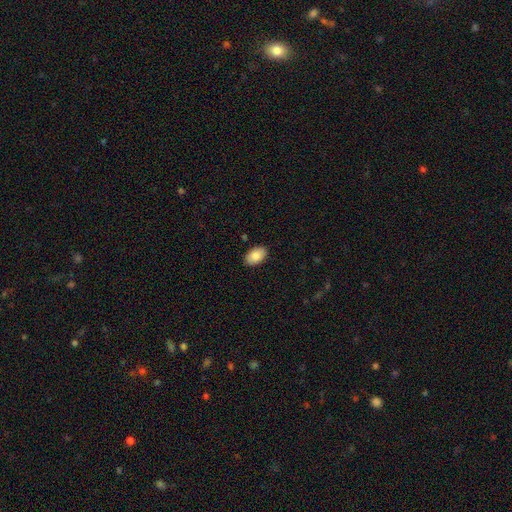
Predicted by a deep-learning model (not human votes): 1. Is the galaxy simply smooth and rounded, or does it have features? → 87% smooth, 7% star or artifact, 6% featured or disk.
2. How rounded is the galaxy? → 93% in between, 6% round, 1% cigar-shaped.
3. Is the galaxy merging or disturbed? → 89% none, 8% minor disturbance, 2% major disturbance, 1% merger.